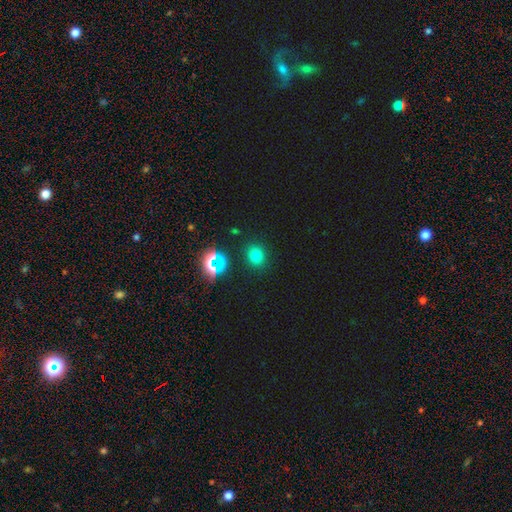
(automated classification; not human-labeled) Morphology: type=smooth (71%); roundness=round (73%); merging=none (87%).